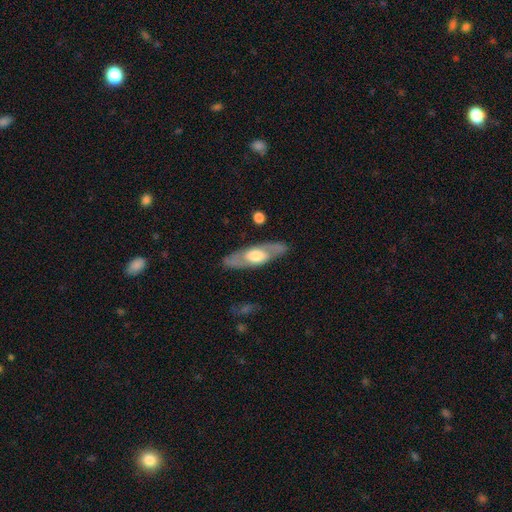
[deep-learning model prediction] Overall: featured or disk (56%; smooth 39%). Edge-on disk: no (60%; yes 40%). Merging: none (84%).